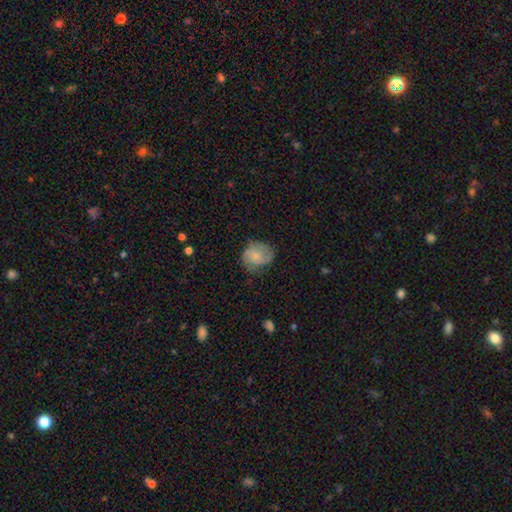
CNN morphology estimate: Q: Smooth or featured?
A: smooth (56%); runner-up: featured or disk (36%)
Q: How rounded?
A: round (69%); runner-up: in between (30%)
Q: Merging?
A: none (59%); runner-up: minor disturbance (29%)